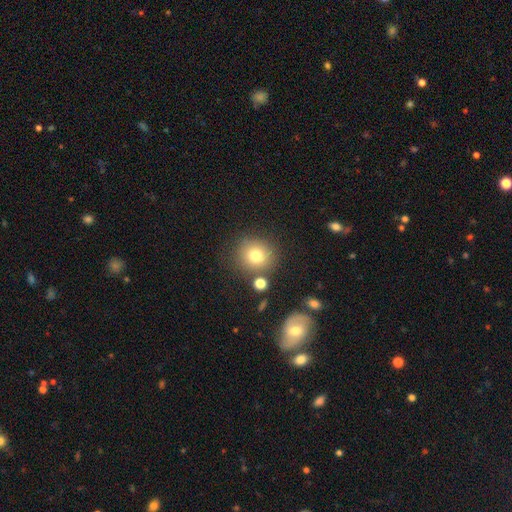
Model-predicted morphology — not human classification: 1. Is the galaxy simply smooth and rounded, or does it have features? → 78% smooth, 12% star or artifact, 10% featured or disk.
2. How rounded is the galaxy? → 87% round, 12% in between, 1% cigar-shaped.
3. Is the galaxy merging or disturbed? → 78% none, 10% minor disturbance, 8% merger, 4% major disturbance.